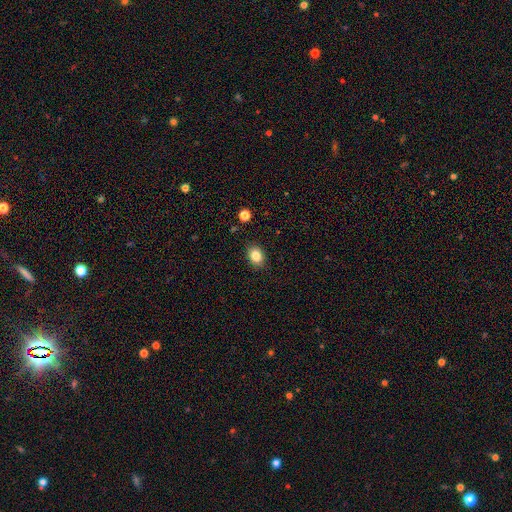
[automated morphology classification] Overall: smooth (84%). How rounded: in between (65%; round 34%). Merging: none (88%).